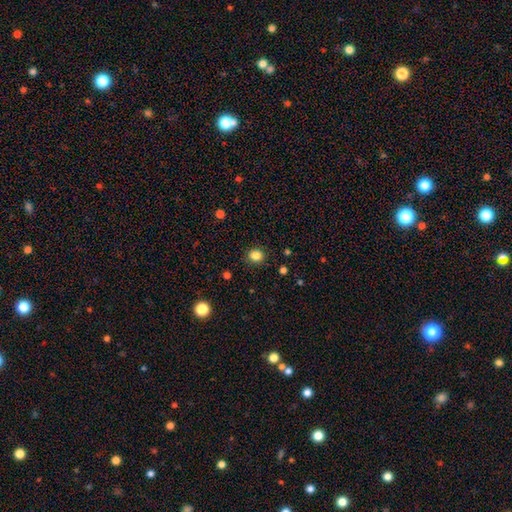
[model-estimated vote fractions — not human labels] Morphology: type=smooth (85%); roundness=round (76%); merging=none (88%).